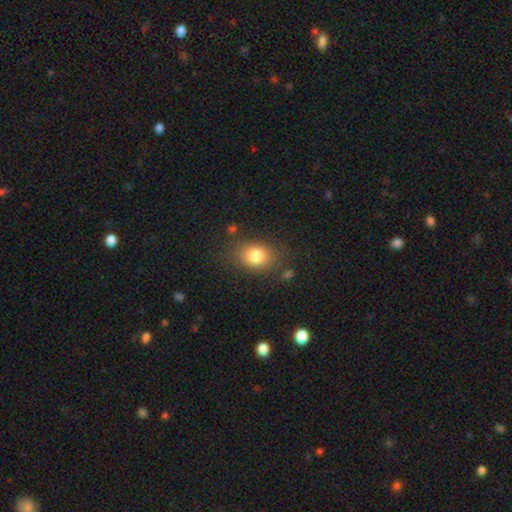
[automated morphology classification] The model was most divided on "how rounded": in between: 60%, round: 39%, cigar-shaped: 1%. More confident: smooth or featured — smooth (81%); merging — none (77%).